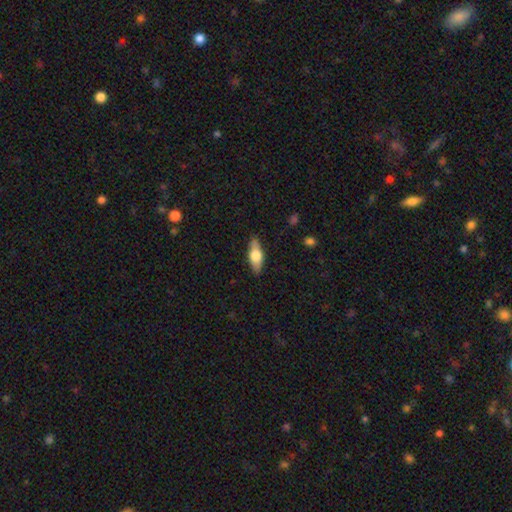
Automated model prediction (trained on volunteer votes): Overall: smooth (58%; featured or disk 36%). How rounded: in between (69%). Merging: none (87%).